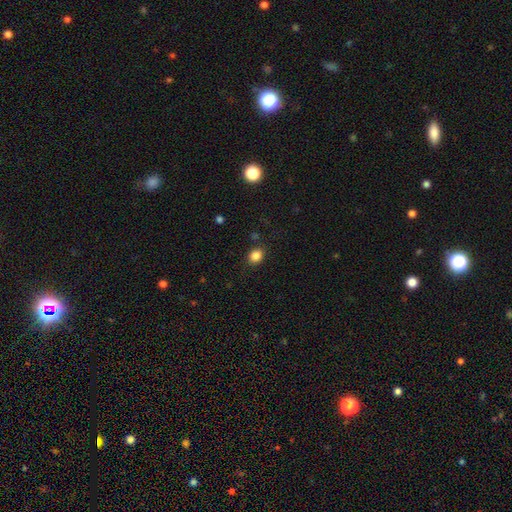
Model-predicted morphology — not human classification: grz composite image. It shows a smooth galaxy with no disk features (85%) that is round (58%). Merging: none (84%).